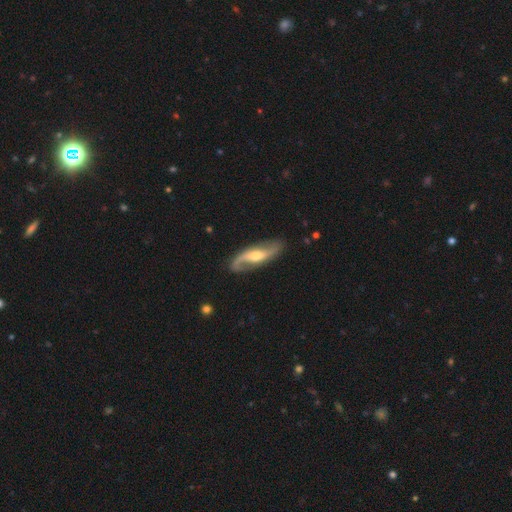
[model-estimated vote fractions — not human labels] Overall: featured or disk (85%). Edge-on disk: no (90%). Bar: no (41%; weak 37%). Spiral arms: yes (95%). Spiral arm count: 2 (89%). Spiral winding: loose (61%; medium 30%). Bulge size: moderate (63%; small 30%). Merging: none (81%).